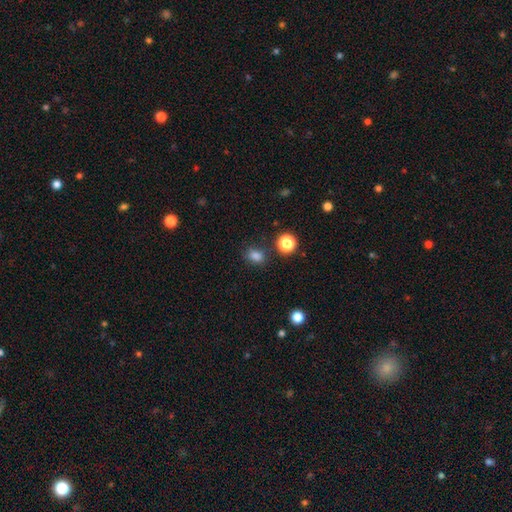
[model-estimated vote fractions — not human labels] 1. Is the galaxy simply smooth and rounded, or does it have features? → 81% smooth, 15% star or artifact, 4% featured or disk.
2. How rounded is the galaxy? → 60% in between, 38% round, 1% cigar-shaped.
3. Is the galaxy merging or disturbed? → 77% none, 13% minor disturbance, 6% merger, 4% major disturbance.